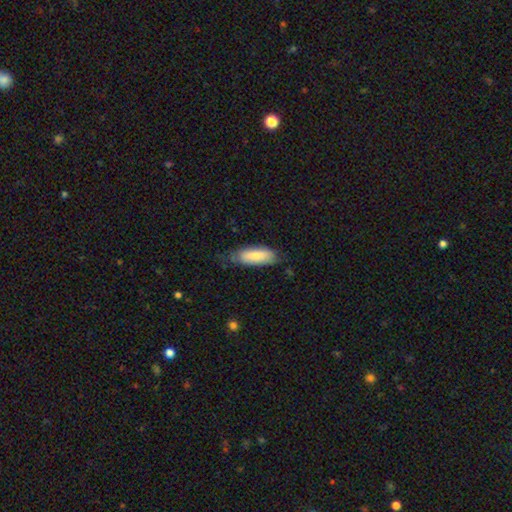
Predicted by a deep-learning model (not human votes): The model was most divided on "merging": none: 62%, minor disturbance: 28%, major disturbance: 8%, merger: 2%. More confident: smooth or featured — smooth (78%); how rounded — in between (71%).